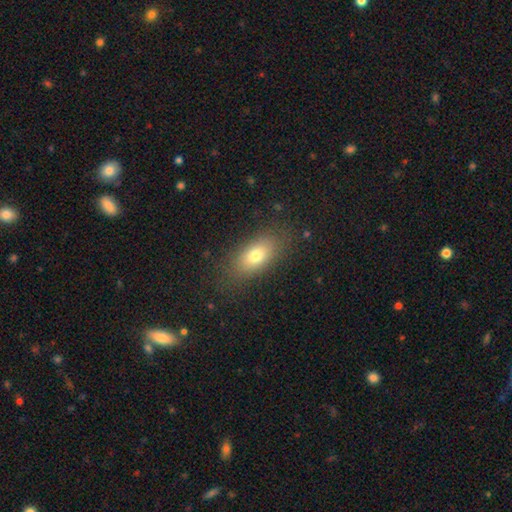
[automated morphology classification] smooth 75%, featured or disk 16%, star or artifact 10%. Down the decision tree: how rounded — in between (84%); merging — none (82%).